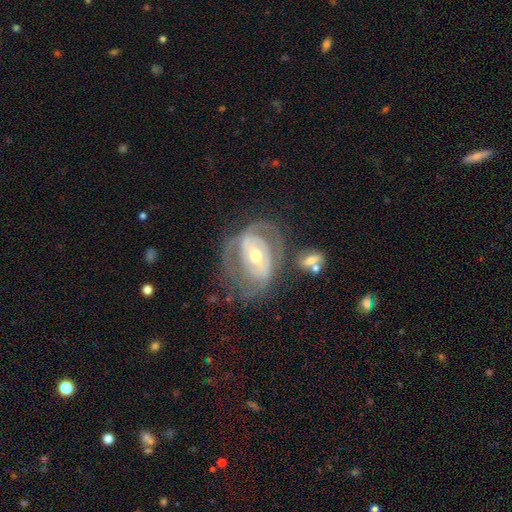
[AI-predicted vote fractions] This is clearly a featured or disk galaxy (82%). It is clearly not viewed edge-on (96%). Bar: marginally weak (36%). Spiral arm pattern: clearly yes (81%). Spiral arm count: possibly 2 (53%). Spiral winding: possibly tight (48%). Central bulge: possibly moderate (59%). Merging: possibly none (51%).